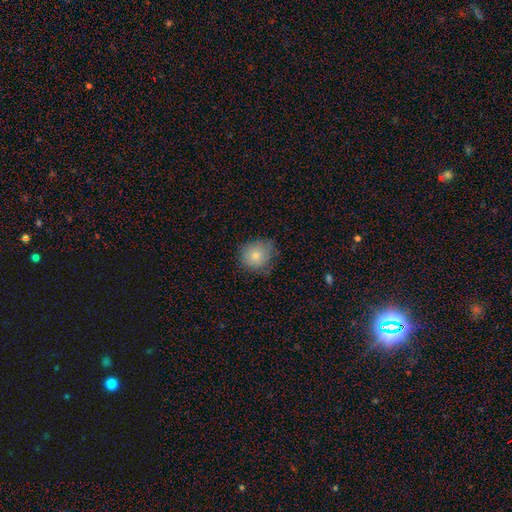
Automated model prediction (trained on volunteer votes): The model was most divided on "merging": none: 71%, minor disturbance: 23%, major disturbance: 5%, merger: 1%. More confident: how rounded — round (83%); smooth or featured — smooth (80%).